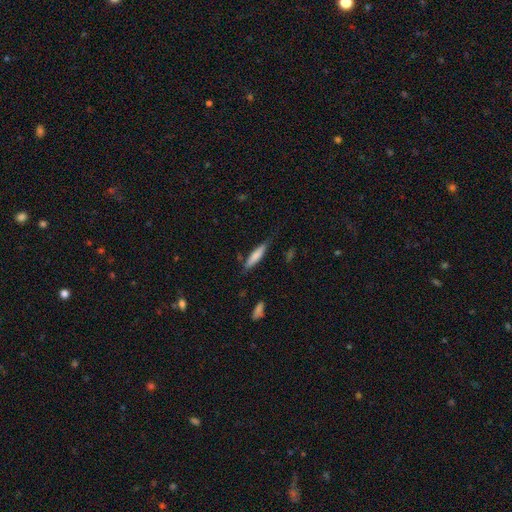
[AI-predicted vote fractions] Q: Smooth or featured?
A: smooth (76%); runner-up: featured or disk (18%)
Q: How rounded?
A: cigar-shaped (80%); runner-up: in between (19%)
Q: Merging?
A: none (73%); runner-up: minor disturbance (20%)